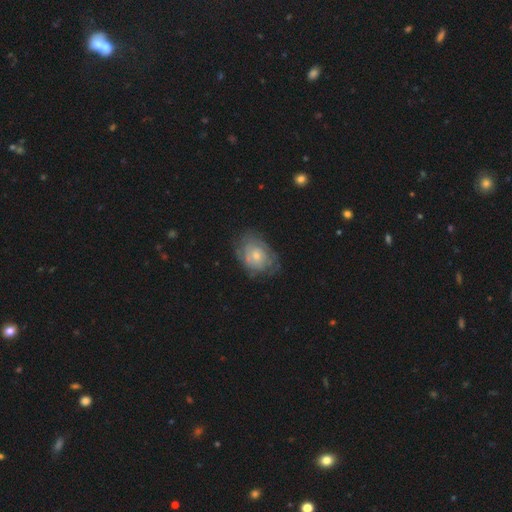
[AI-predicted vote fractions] smooth-or-featured: featured or disk: 59% | smooth: 34% | star or artifact: 7%
  disk-edge-on: no: 96% | yes: 4%
    bar: no: 80% | weak: 17% | strong: 2%
    has-spiral-arms: yes: 64% | no: 36%
    bulge-size: small: 50% | moderate: 42% | large: 4% | none: 3% | dominant: 1%
  merging: none: 63% | minor disturbance: 24% | major disturbance: 12% | merger: 2%